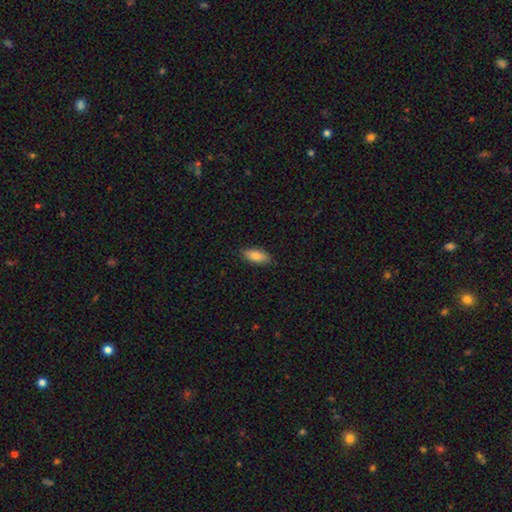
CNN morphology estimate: Smooth or featured? smooth (81%)
How rounded? in between (84%)
Merging? none (84%)